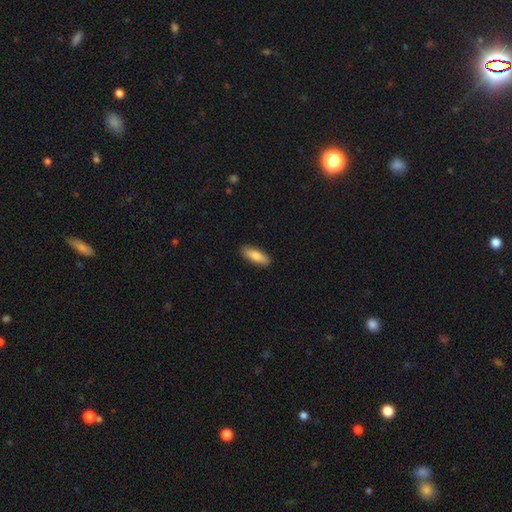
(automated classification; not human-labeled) The model was most divided on "how rounded": in between: 64%, cigar-shaped: 34%, round: 2%. More confident: merging — none (89%); smooth or featured — smooth (81%).